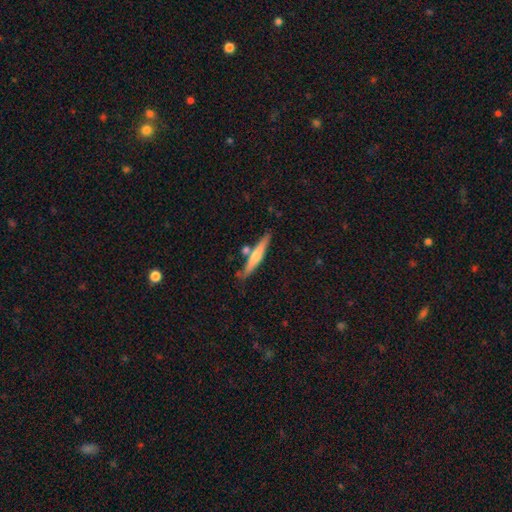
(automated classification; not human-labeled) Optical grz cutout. It shows a featured or disk galaxy (49%). Merging: none (77%).